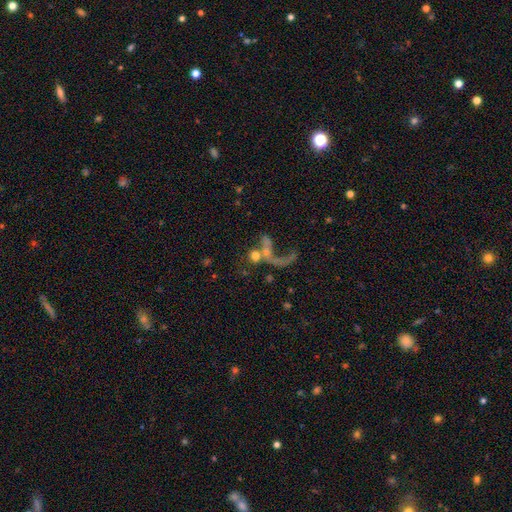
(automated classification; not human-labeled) Smooth or featured?
  - smooth: 48% *
  - featured or disk: 38%
  - star or artifact: 14%
Merging?
  - merger: 51% *
  - major disturbance: 21%
  - none: 21%
  - minor disturbance: 7%